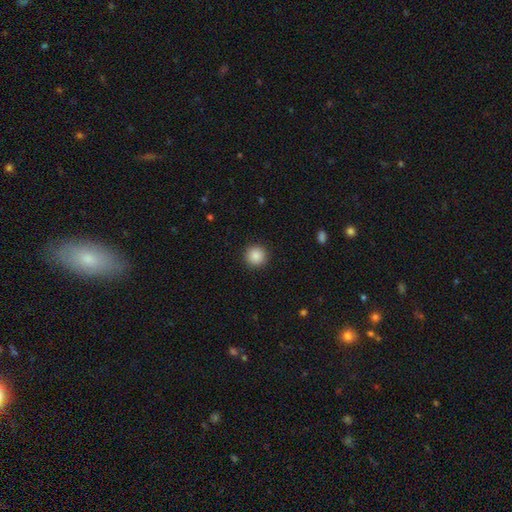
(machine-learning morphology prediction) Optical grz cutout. It shows a smooth galaxy with no disk features (88%) that is round (95%). Merging: none (93%).